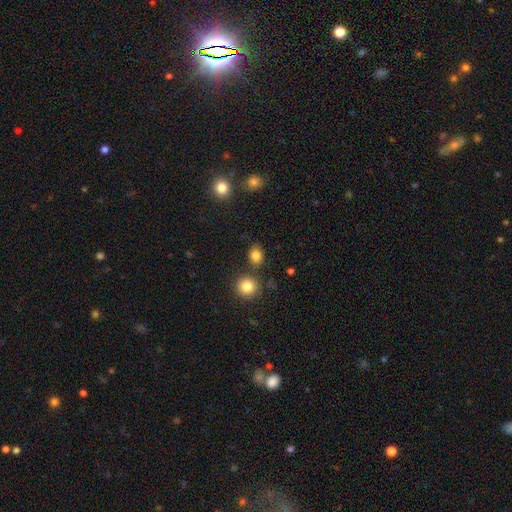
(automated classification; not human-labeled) Smooth or featured? smooth (84%)
How rounded? round (53%)
Merging? none (78%)